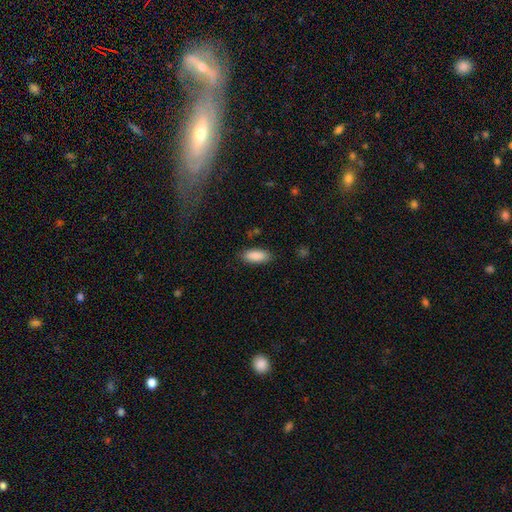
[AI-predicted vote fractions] Smooth or featured? smooth (89%)
How rounded? in between (81%)
Merging? none (85%)